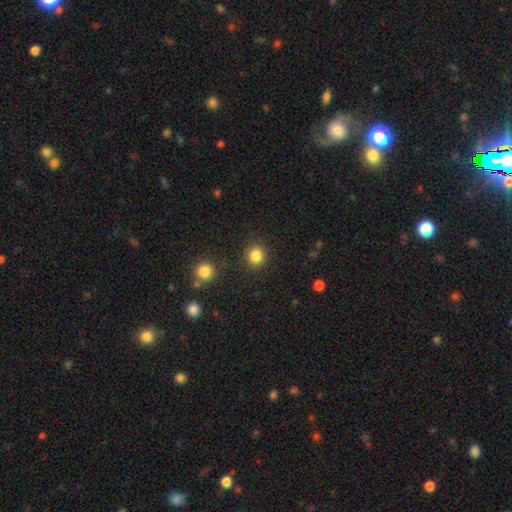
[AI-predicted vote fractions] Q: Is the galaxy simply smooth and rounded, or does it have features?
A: smooth — 85%.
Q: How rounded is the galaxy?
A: round — 90%.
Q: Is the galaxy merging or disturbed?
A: none — 89%.